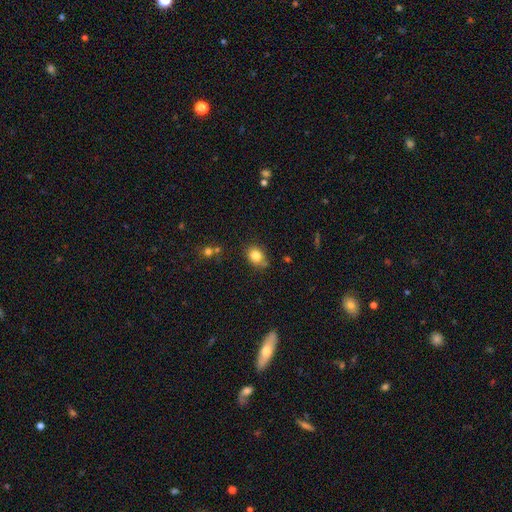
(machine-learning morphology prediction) This appears to be a smooth galaxy with no disk features (82%) that is round (54%). Merging: none (73%).